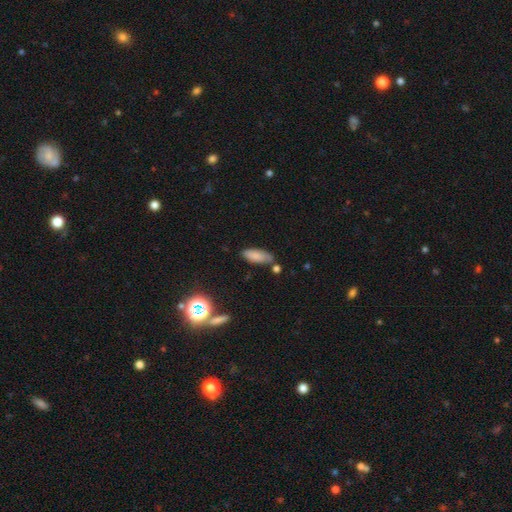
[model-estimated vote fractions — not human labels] A smooth galaxy with no disk features (80%) that is in between round and cigar-shaped (72%).

Vote fractions:
- Smooth or featured? smooth: 80% / featured or disk: 11% / star or artifact: 10%
- How rounded? in between: 72% / cigar-shaped: 26% / round: 2%
- Merging? none: 68% / minor disturbance: 19% / merger: 9% / major disturbance: 4%